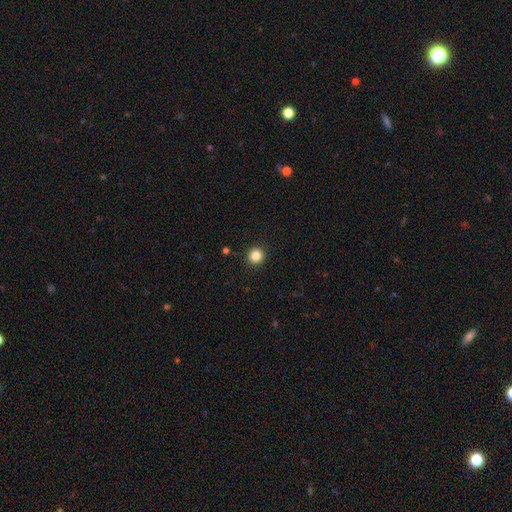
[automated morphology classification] Smooth or featured?
  - smooth: 84% *
  - star or artifact: 12%
  - featured or disk: 5%
How rounded?
  - round: 92% *
  - in between: 7%
  - cigar-shaped: 1%
Merging?
  - none: 92% *
  - minor disturbance: 5%
  - major disturbance: 2%
  - merger: 1%